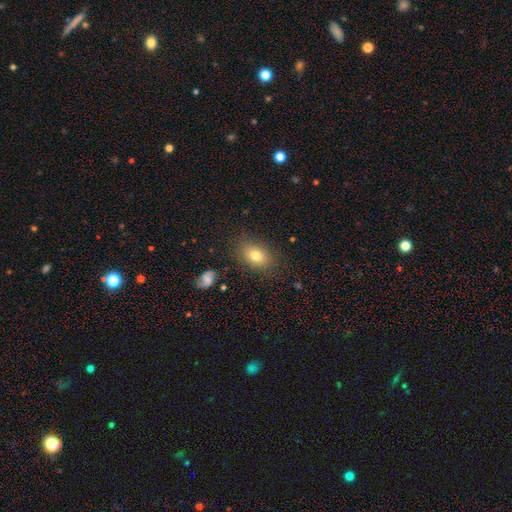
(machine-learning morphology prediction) Smooth or featured? smooth (78%)
How rounded? in between (79%)
Merging? none (82%)